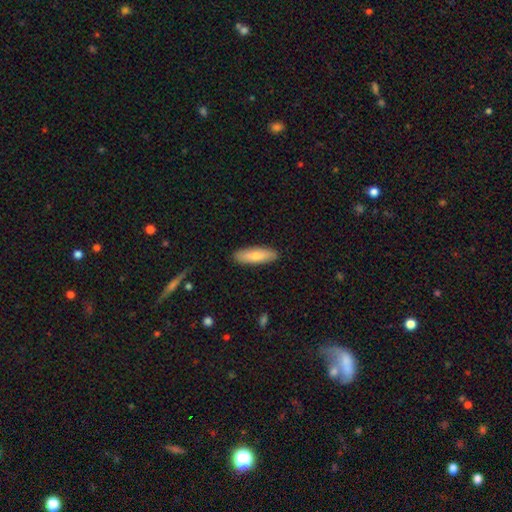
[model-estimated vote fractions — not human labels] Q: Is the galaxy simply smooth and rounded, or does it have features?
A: smooth — 78%.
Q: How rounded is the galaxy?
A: in between — 52%.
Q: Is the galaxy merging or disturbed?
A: none — 89%.